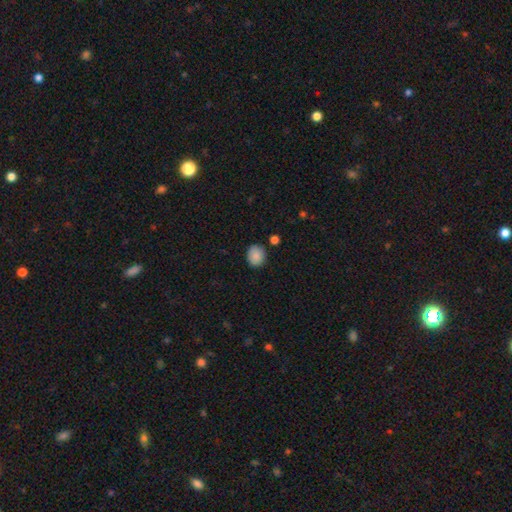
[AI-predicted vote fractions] Overall: smooth (88%). How rounded: round (63%; in between 36%). Merging: none (82%).